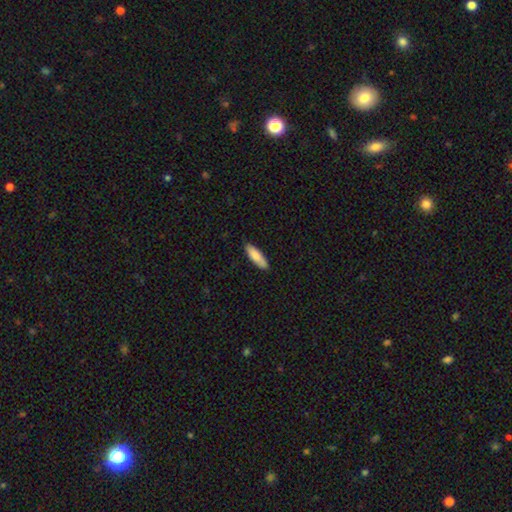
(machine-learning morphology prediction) Smooth or featured? Predicted: smooth (p=0.83). How rounded? Predicted: cigar-shaped (p=0.52). Merging? Predicted: none (p=0.84).